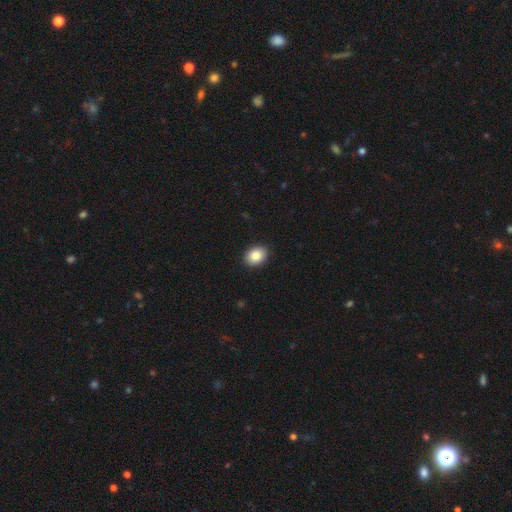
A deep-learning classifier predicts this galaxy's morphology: smooth-or-featured: smooth: 85% | star or artifact: 8% | featured or disk: 7%
  how-rounded: in between: 62% | round: 37% | cigar-shaped: 1%
  merging: none: 91% | minor disturbance: 6% | major disturbance: 2% | merger: 1%